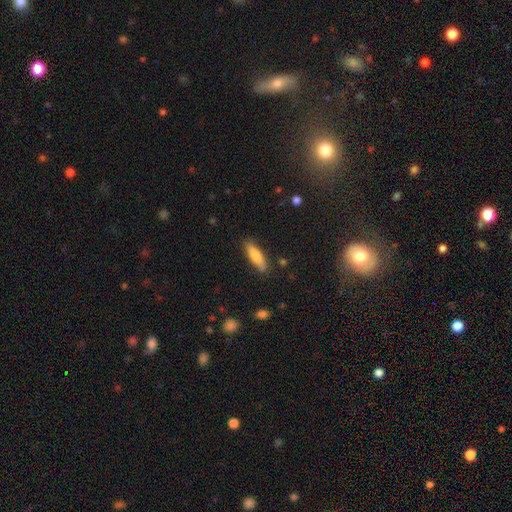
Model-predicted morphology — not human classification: smooth 77%, featured or disk 17%, star or artifact 6%. Down the decision tree: how rounded — cigar-shaped (60%); merging — none (80%).